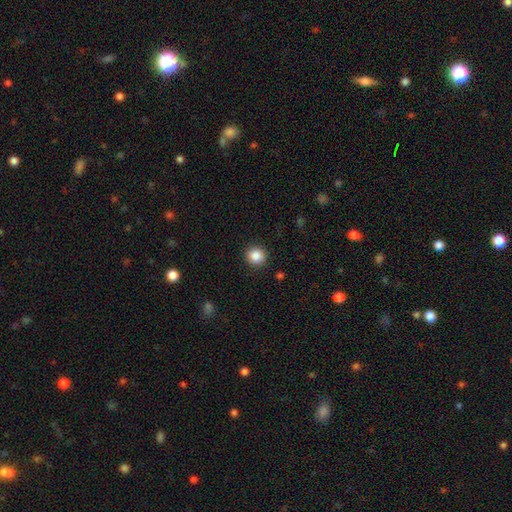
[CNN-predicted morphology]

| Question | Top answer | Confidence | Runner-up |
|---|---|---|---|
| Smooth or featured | smooth | 87% | star or artifact (9%) |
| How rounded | round | 93% | in between (6%) |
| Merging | none | 92% | minor disturbance (5%) |